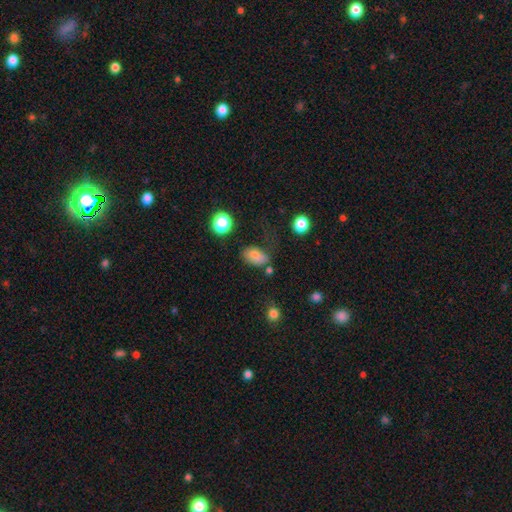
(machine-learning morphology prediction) smooth-or-featured: smooth: 79% | star or artifact: 11% | featured or disk: 10%
  how-rounded: in between: 87% | round: 11% | cigar-shaped: 2%
  merging: none: 52% | minor disturbance: 26% | major disturbance: 14% | merger: 8%